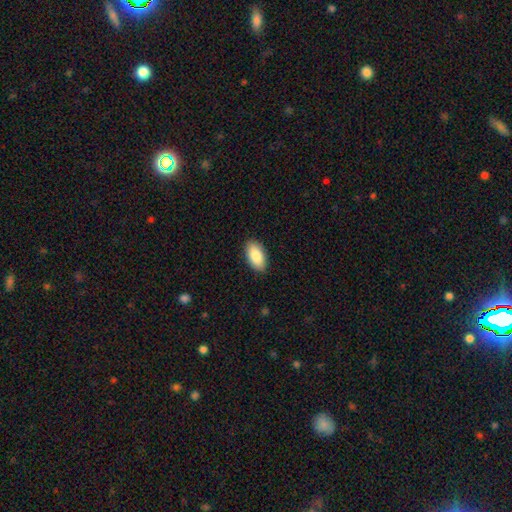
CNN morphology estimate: A smooth galaxy with no disk features (87%) that is in between round and cigar-shaped (94%). Merging: none (89%).